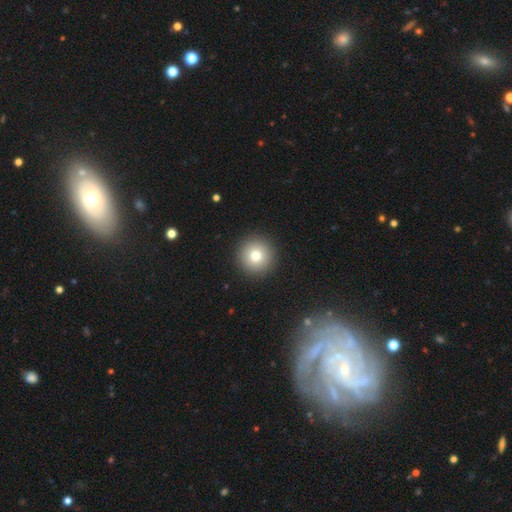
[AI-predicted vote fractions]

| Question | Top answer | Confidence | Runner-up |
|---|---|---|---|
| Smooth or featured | smooth | 78% | featured or disk (11%) |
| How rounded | round | 96% | in between (3%) |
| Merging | none | 93% | minor disturbance (4%) |